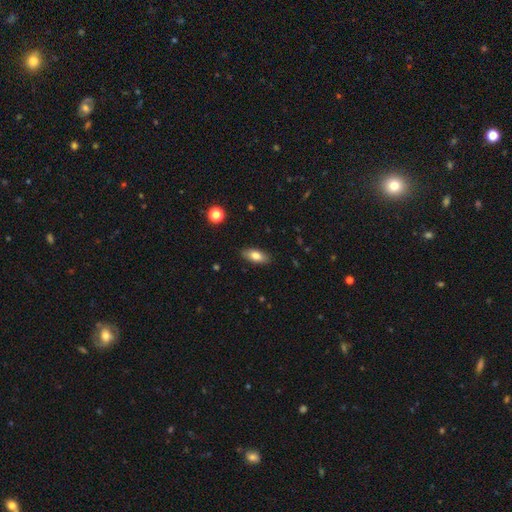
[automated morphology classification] A smooth galaxy with no disk features (78%) that is in between round and cigar-shaped (82%). Merging: none (88%).